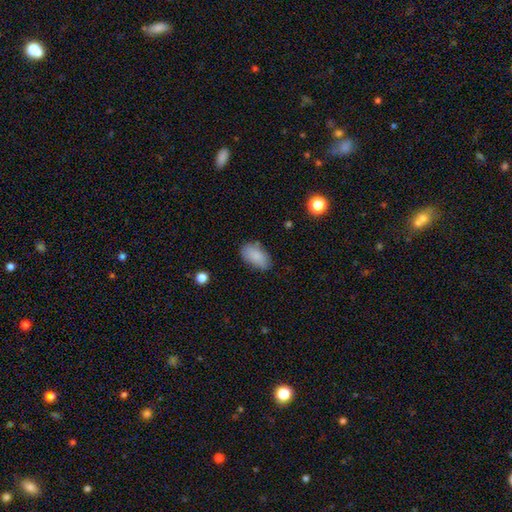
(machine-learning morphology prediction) A smooth galaxy with no disk features (86%) that is in between round and cigar-shaped (93%).

Vote fractions:
- Smooth or featured? smooth: 86% / star or artifact: 7% / featured or disk: 7%
- How rounded? in between: 93% / round: 4% / cigar-shaped: 2%
- Merging? none: 77% / minor disturbance: 17% / major disturbance: 4% / merger: 2%